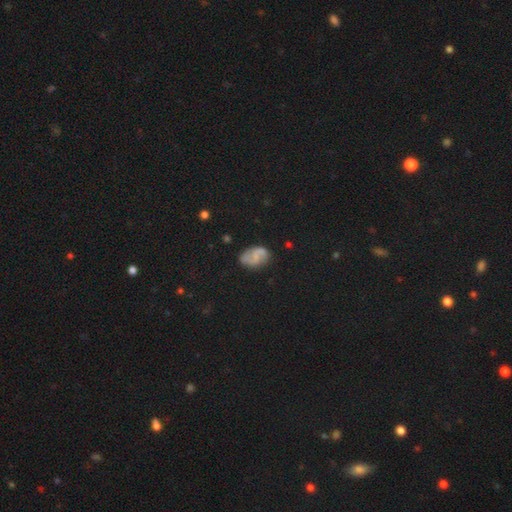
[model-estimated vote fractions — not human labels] smooth_or_featured: featured or disk (p=0.57) [alt: smooth p=0.34]
disk_edge_on: no (p=0.97) [alt: yes p=0.03]
bar: weak (p=0.44) [tied with: no p=0.44]
has_spiral_arms: yes (p=0.86) [alt: no p=0.14]
bulge_size: none (p=0.50) [alt: small p=0.33]
merging: none (p=0.71) [alt: minor disturbance p=0.20]